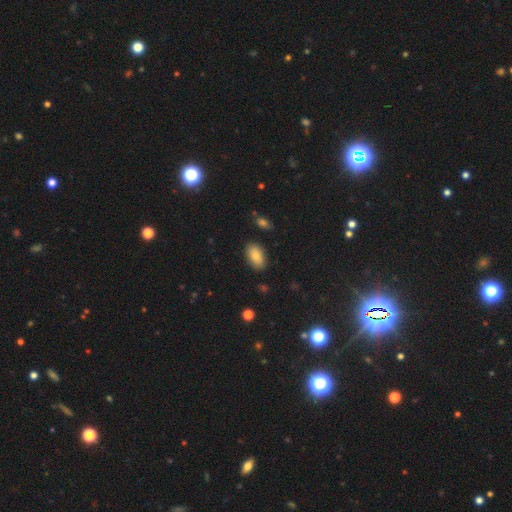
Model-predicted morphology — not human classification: smooth-or-featured: smooth: 83% | featured or disk: 9% | star or artifact: 8%
  how-rounded: in between: 93% | round: 5% | cigar-shaped: 2%
  merging: none: 85% | minor disturbance: 11% | major disturbance: 2% | merger: 2%